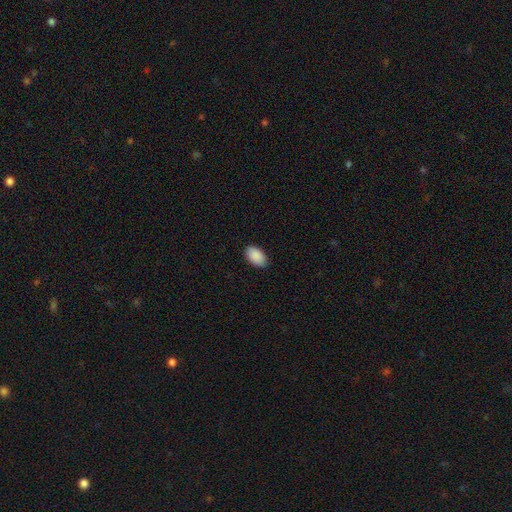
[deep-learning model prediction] Smooth or featured? Predicted: smooth (p=0.91). How rounded? Predicted: in between (p=0.93). Merging? Predicted: none (p=0.86).